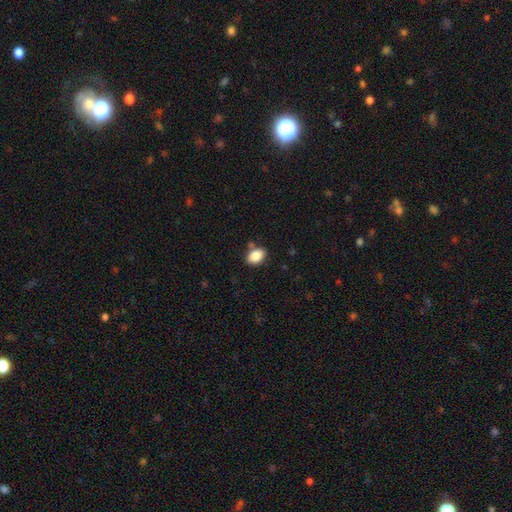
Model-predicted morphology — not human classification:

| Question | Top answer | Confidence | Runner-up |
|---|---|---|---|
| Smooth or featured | smooth | 86% | star or artifact (9%) |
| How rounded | in between | 78% | round (21%) |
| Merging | none | 77% | minor disturbance (13%) |